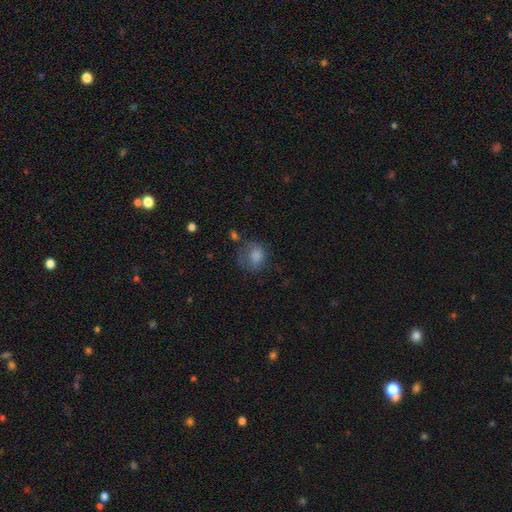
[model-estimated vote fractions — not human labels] smooth_or_featured: smooth (p=0.78) [alt: featured or disk p=0.12]
how_rounded: round (p=0.59) [alt: in between p=0.40]
merging: none (p=0.44) [alt: minor disturbance p=0.28]